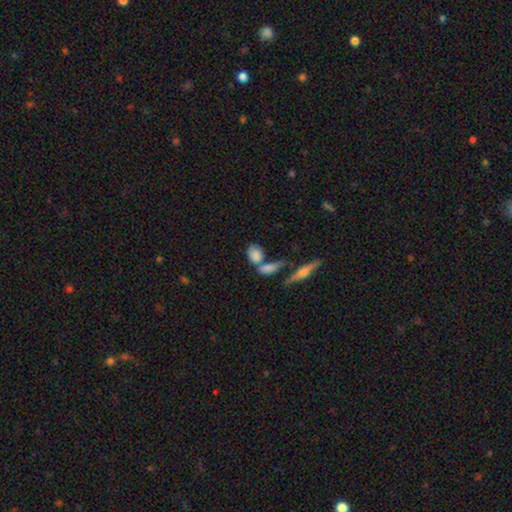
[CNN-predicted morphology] smooth 78%, featured or disk 14%, star or artifact 8%. Down the decision tree: how rounded — in between (74%); merging — none (47%).